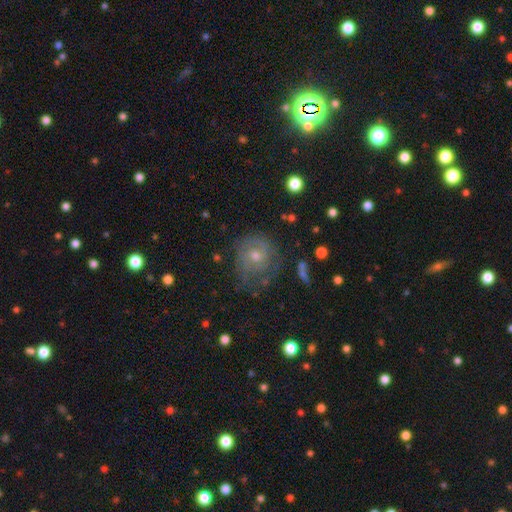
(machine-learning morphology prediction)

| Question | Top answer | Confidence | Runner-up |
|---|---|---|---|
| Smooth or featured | featured or disk | 57% | smooth (28%) |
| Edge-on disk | no | 97% | yes (3%) |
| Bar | no | 78% | weak (19%) |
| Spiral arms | yes | 78% | no (22%) |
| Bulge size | moderate | 54% | small (41%) |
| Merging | none | 66% | minor disturbance (21%) |